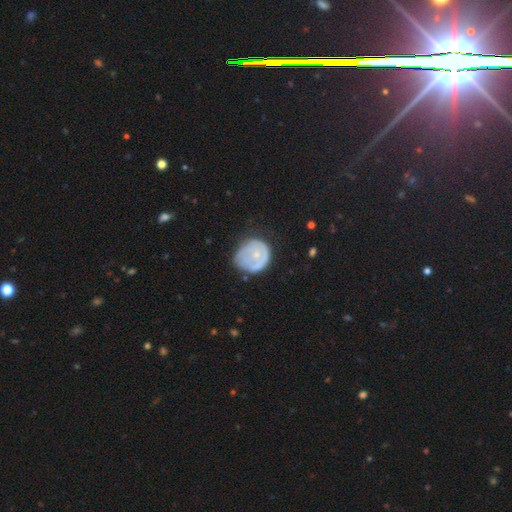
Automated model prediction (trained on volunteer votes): Morphology: type=smooth (53%); roundness=round (78%); merging=none (48%).